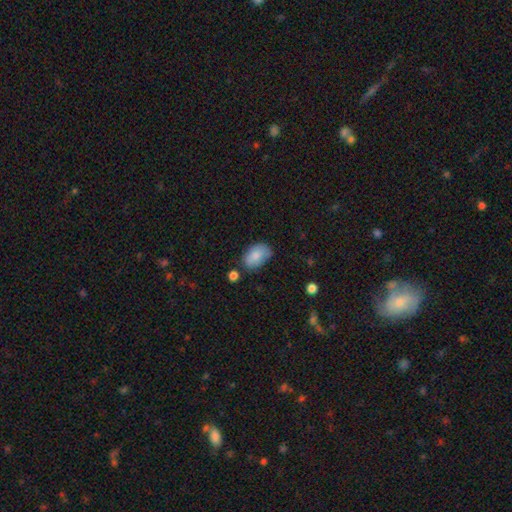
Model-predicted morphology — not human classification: smooth_or_featured: smooth (p=0.83) [alt: featured or disk p=0.10]
how_rounded: in between (p=0.90) [alt: round p=0.09]
merging: none (p=0.63) [alt: minor disturbance p=0.27]